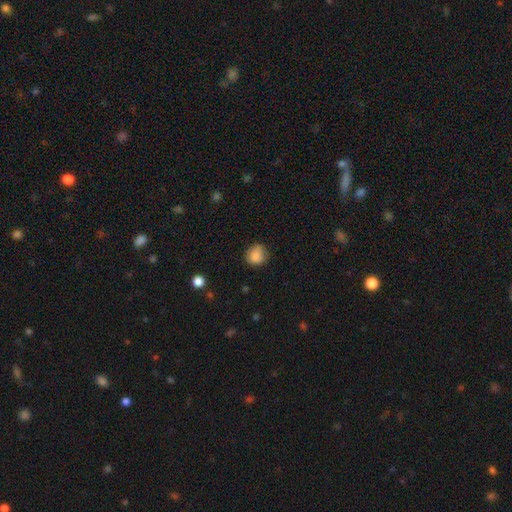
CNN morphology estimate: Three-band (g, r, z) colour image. It shows a smooth galaxy with no disk features (85%) that is round (81%). Merging: none (72%).